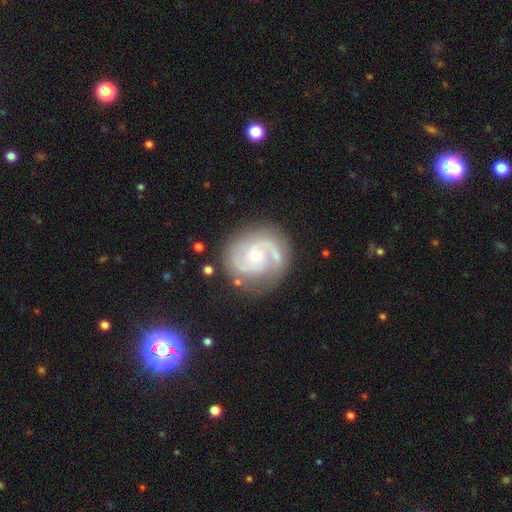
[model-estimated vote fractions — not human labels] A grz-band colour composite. It shows a featured or disk galaxy (87%) with no bar (61%), 2 (83%) medium (49%) spiral arms (97%) and a moderate central bulge (49%). Merging: none (78%).